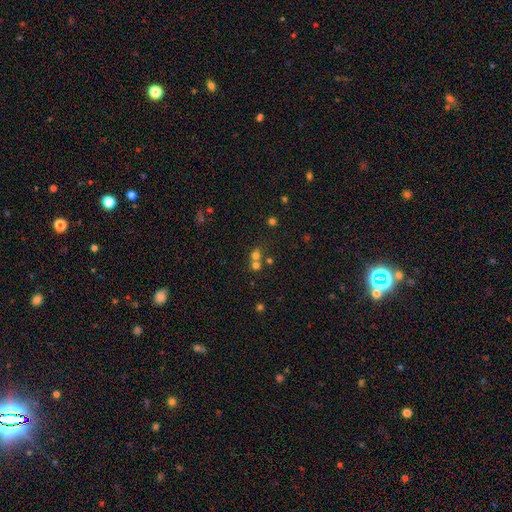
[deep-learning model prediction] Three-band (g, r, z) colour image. It shows a smooth galaxy with no disk features (65%) that is round (82%). Merging: merger (49%).